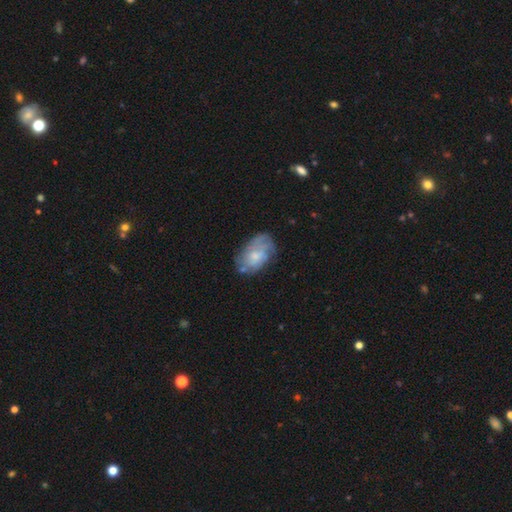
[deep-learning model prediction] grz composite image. It shows a featured or disk galaxy (53%) with no bar (75%), spiral arms (68%) and a small central bulge (44%). Merging: none (57%).